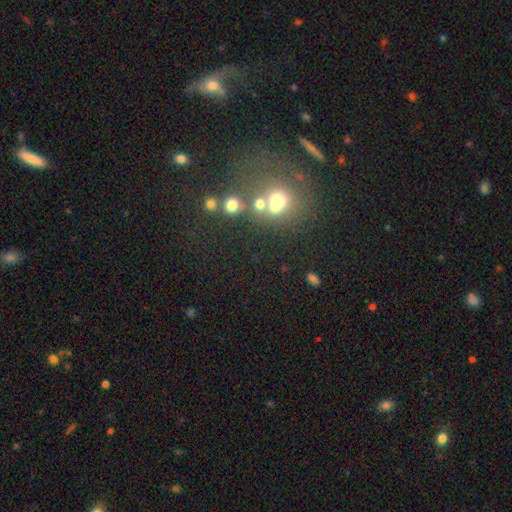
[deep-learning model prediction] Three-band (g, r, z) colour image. It shows a star or artifact, not a galaxy (45%).